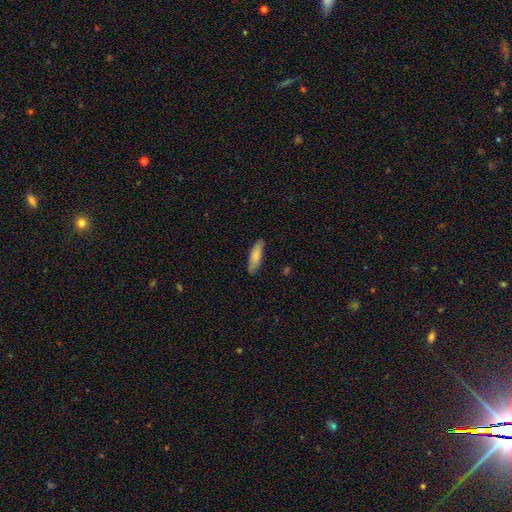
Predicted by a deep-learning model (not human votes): Smooth or featured? Predicted: smooth (p=0.81). How rounded? Predicted: cigar-shaped (p=0.50). Merging? Predicted: none (p=0.83).